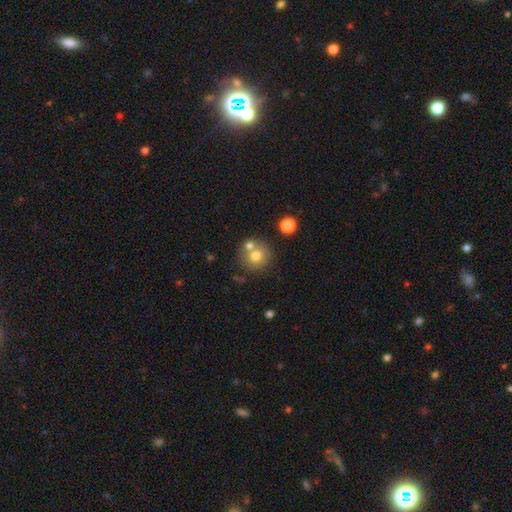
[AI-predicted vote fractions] smooth_or_featured: smooth (p=0.72) [alt: featured or disk p=0.16]
how_rounded: round (p=0.91) [alt: in between p=0.08]
merging: none (p=0.62) [alt: merger p=0.26]